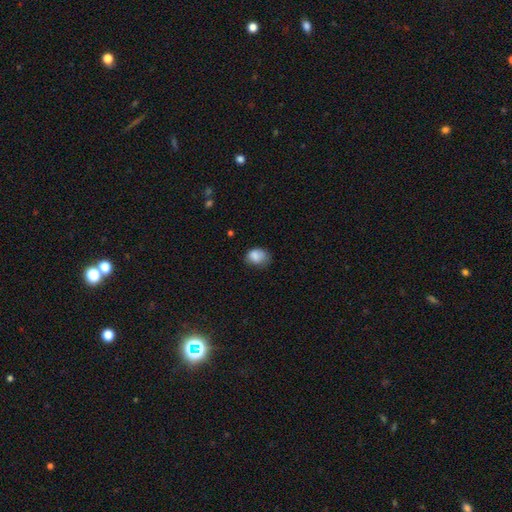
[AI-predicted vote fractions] Smooth or featured? Predicted: smooth (p=0.84). How rounded? Predicted: in between (p=0.67). Merging? Predicted: none (p=0.50).